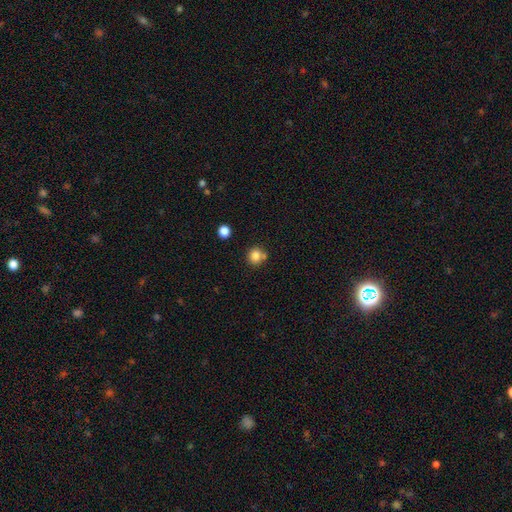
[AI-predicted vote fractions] Smooth or featured? smooth (83%)
How rounded? round (90%)
Merging? none (69%)